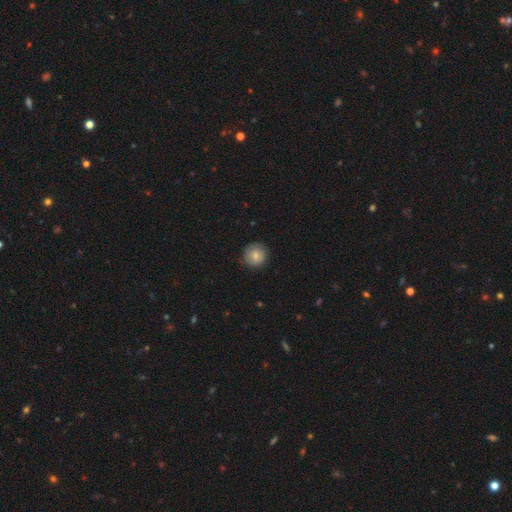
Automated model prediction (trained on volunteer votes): smooth 77%, featured or disk 16%, star or artifact 8%. Down the decision tree: how rounded — round (92%); merging — none (84%).